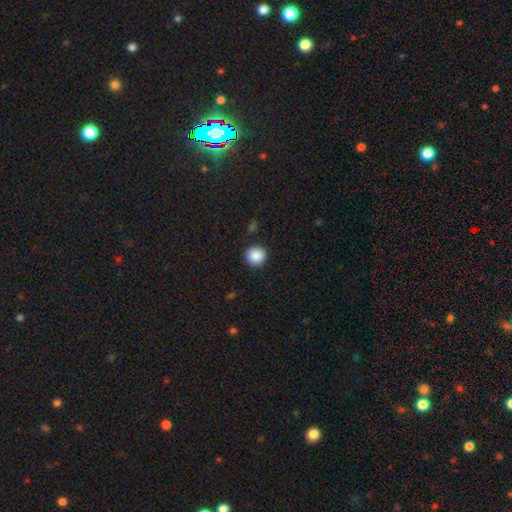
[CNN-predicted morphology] smooth 88%, star or artifact 9%, featured or disk 3%. Down the decision tree: how rounded — round (95%); merging — none (91%).